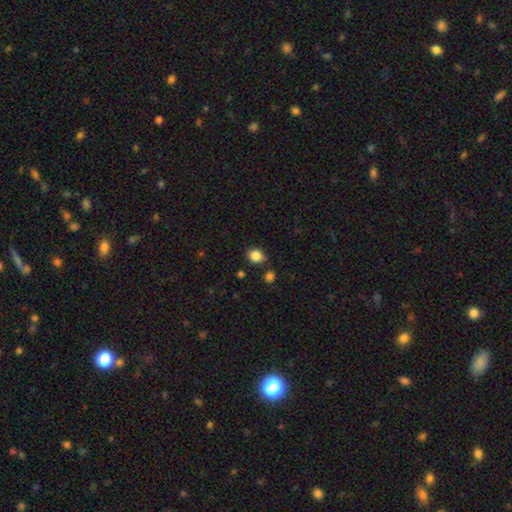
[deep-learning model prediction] Smooth or featured? Predicted: smooth (p=0.86). How rounded? Predicted: round (p=0.55). Merging? Predicted: none (p=0.77).